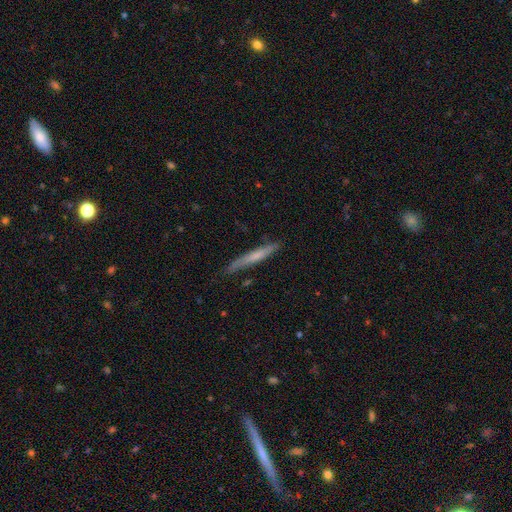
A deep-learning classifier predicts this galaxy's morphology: A smooth galaxy with no disk features (52%) that is cigar-shaped (96%).

Vote fractions:
- Smooth or featured? smooth: 52% / featured or disk: 43% / star or artifact: 6%
- How rounded? cigar-shaped: 96% / in between: 3% / round: 1%
- Merging? none: 82% / minor disturbance: 14% / major disturbance: 2% / merger: 2%